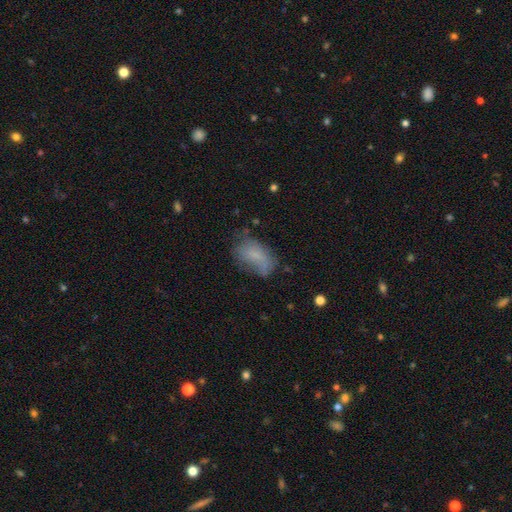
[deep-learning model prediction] Smooth or featured? smooth (69%)
How rounded? in between (91%)
Merging? none (44%)